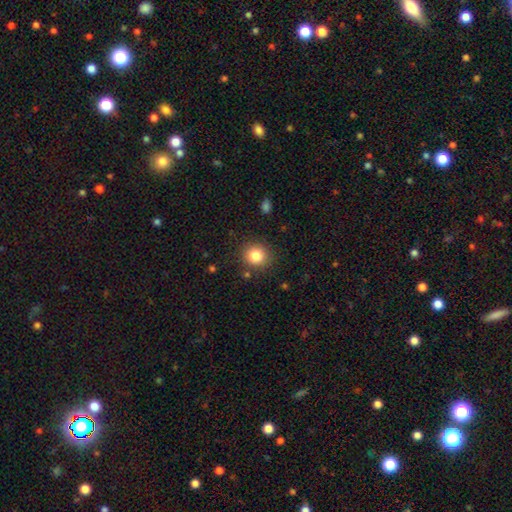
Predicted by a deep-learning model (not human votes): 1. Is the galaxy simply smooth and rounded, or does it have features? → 83% smooth, 11% star or artifact, 6% featured or disk.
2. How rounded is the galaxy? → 89% round, 10% in between, 1% cigar-shaped.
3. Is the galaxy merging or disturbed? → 86% none, 8% minor disturbance, 3% major disturbance, 2% merger.